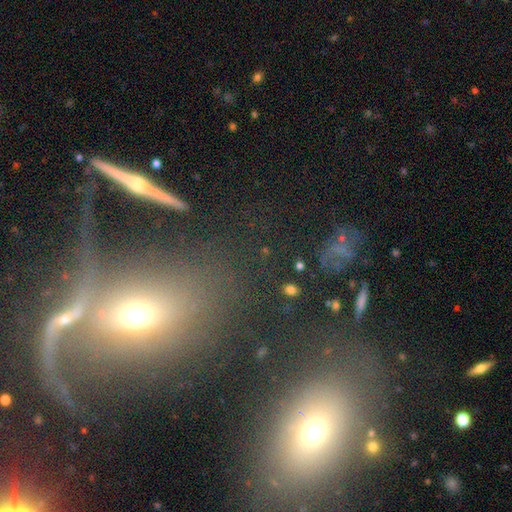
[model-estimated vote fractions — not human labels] This is marginally a smooth galaxy (35%). Merging: likely none (60%).